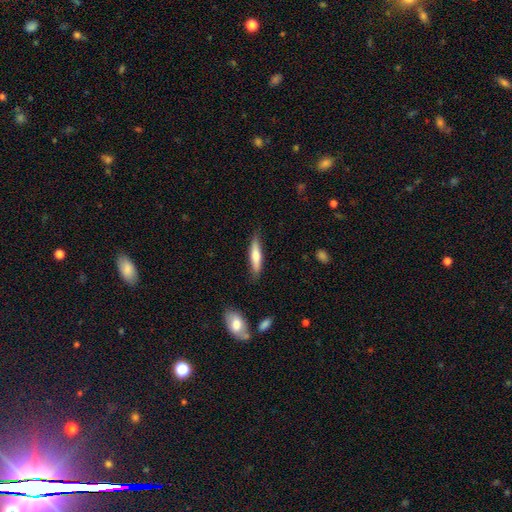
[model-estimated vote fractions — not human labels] Overall: smooth (66%; featured or disk 29%). How rounded: cigar-shaped (83%). Merging: none (81%).